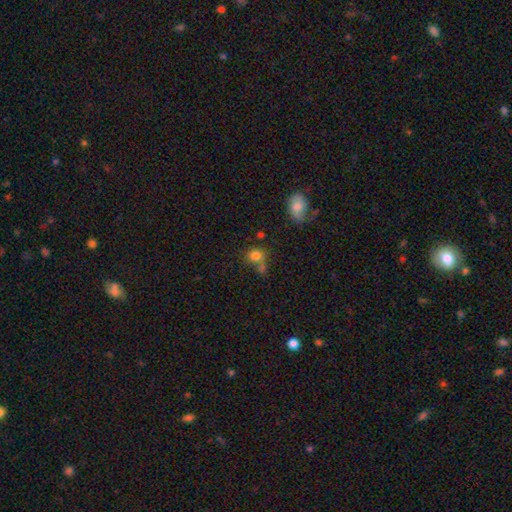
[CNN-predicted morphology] Overall: smooth (80%). How rounded: round (71%). Merging: none (48%; merger 32%).